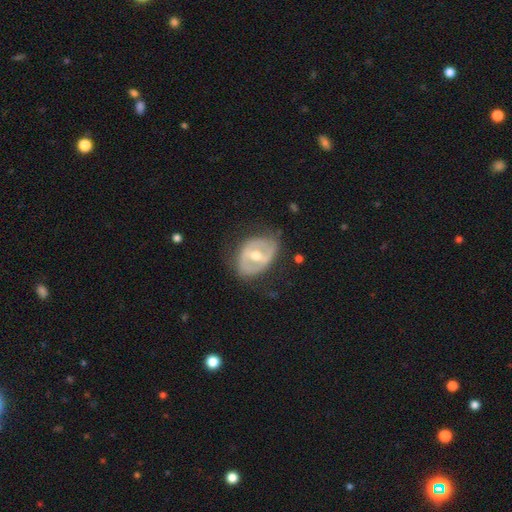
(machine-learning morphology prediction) This appears to be a featured or disk galaxy (69%) with a strong bar (44%), no spiral arms (62%) and a moderate central bulge (75%). Merging: none (68%).